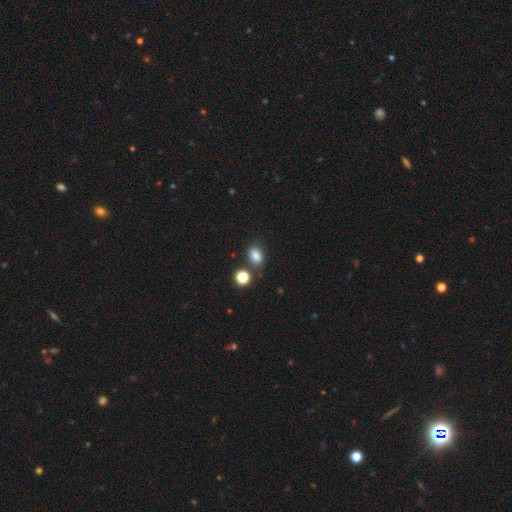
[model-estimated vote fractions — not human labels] Smooth or featured? Predicted: smooth (p=0.82). How rounded? Predicted: in between (p=0.76). Merging? Predicted: none (p=0.68).